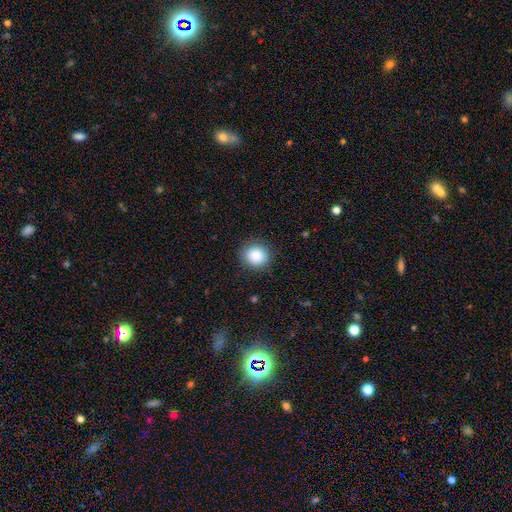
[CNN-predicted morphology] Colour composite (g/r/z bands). It shows a smooth galaxy with no disk features (87%) that is round (85%). Merging: none (89%).